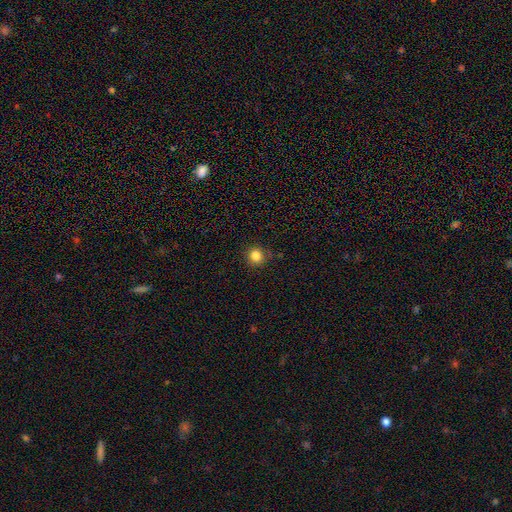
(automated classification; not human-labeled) Smooth or featured?
  - smooth: 84% *
  - star or artifact: 12%
  - featured or disk: 4%
How rounded?
  - round: 92% *
  - in between: 7%
  - cigar-shaped: 1%
Merging?
  - none: 87% *
  - minor disturbance: 9%
  - major disturbance: 2%
  - merger: 1%